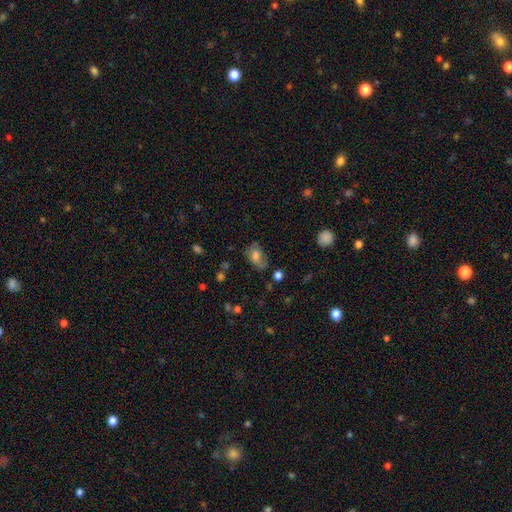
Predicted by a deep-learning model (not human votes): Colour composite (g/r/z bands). It shows a smooth galaxy with no disk features (70%) that is in between round and cigar-shaped (84%). Merging: none (44%).